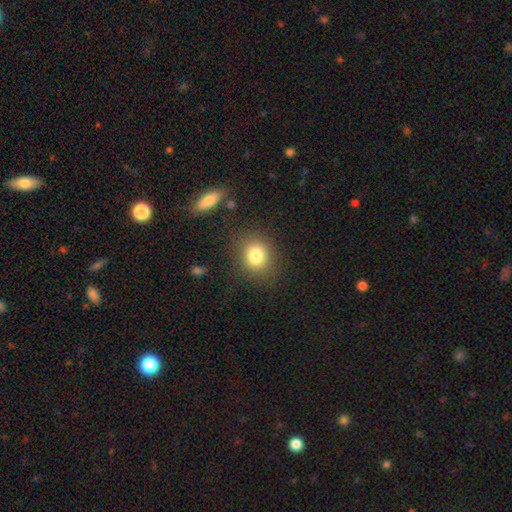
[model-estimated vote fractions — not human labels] A smooth galaxy with no disk features (82%) that is round (71%). Merging: none (83%).